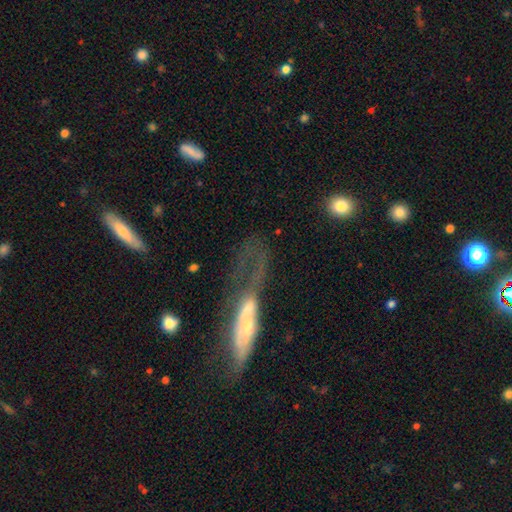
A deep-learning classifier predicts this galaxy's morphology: smooth-or-featured: featured or disk: 50% | smooth: 37% | star or artifact: 13%
  merging: major disturbance: 40% | none: 26% | merger: 19% | minor disturbance: 14%